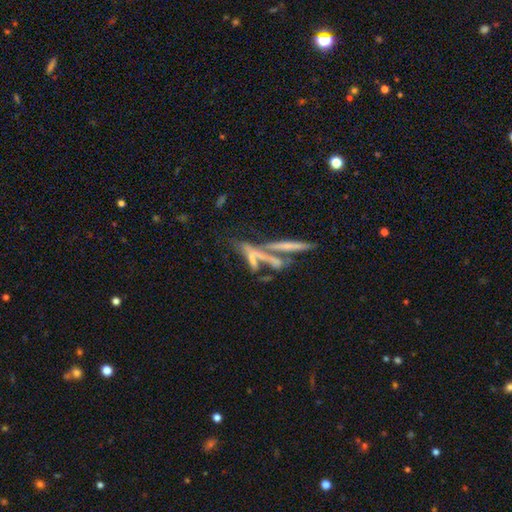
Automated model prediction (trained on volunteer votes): A featured or disk galaxy (49%). Merging: merger (49%).